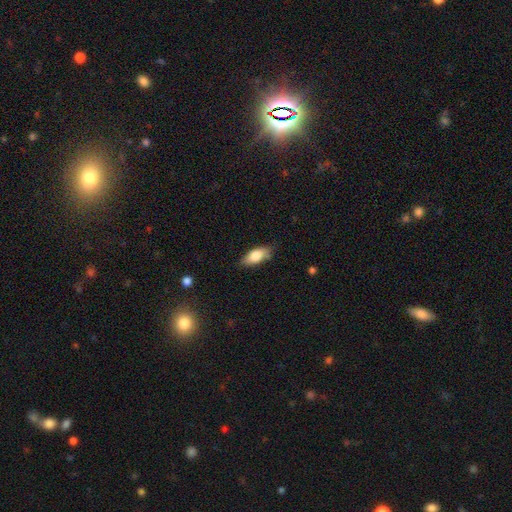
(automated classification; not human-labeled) Smooth or featured?
  - smooth: 76% *
  - featured or disk: 18%
  - star or artifact: 7%
How rounded?
  - in between: 82% *
  - cigar-shaped: 15%
  - round: 3%
Merging?
  - none: 73% *
  - minor disturbance: 21%
  - major disturbance: 4%
  - merger: 2%